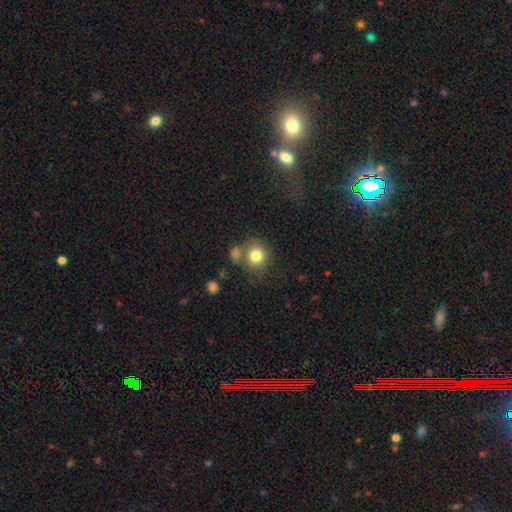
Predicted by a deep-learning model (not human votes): Smooth or featured: smooth — 80% (featured or disk — 10%)
How rounded: round — 81% (in between — 18%)
Merging: none — 59% (merger — 22%)